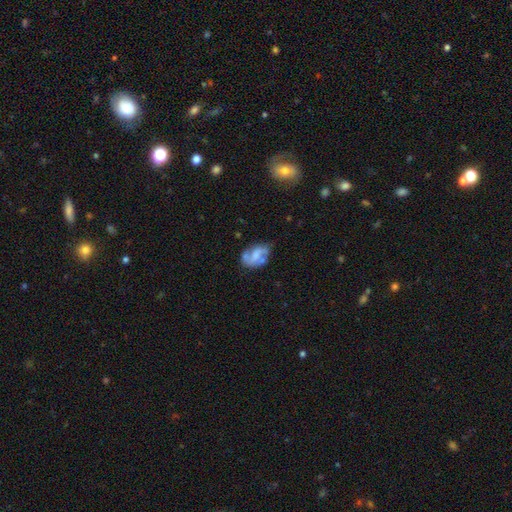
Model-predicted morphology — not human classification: Smooth or featured: featured or disk — 56% (smooth — 36%)
Edge-on disk: no — 97% (yes — 3%)
Bar: no — 51% (weak — 36%)
Spiral arms: yes — 61% (no — 39%)
Bulge size: none — 41% (moderate — 26%)
Merging: none — 43% (minor disturbance — 30%)